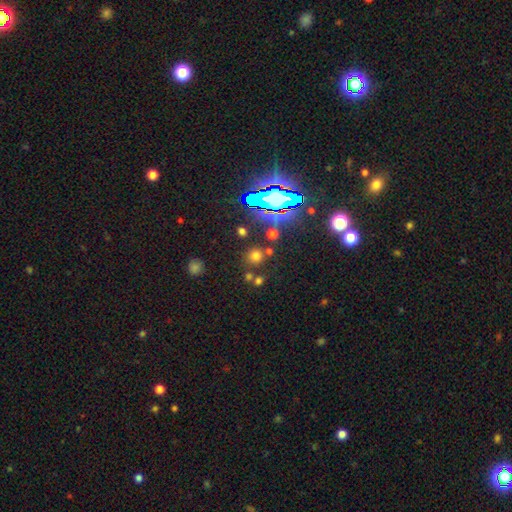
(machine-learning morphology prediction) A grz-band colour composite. It shows a smooth galaxy with no disk features (61%) that is round (91%). Merging: none (80%).